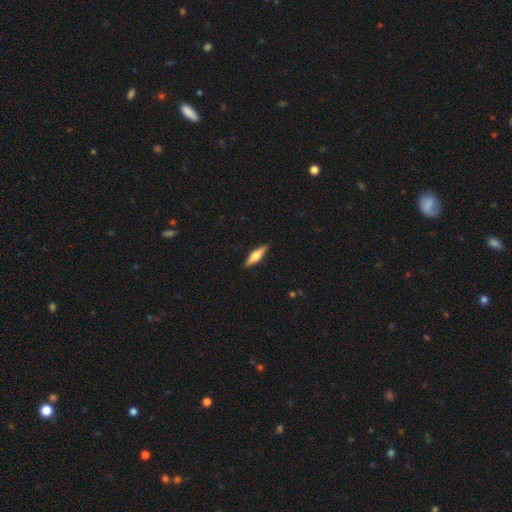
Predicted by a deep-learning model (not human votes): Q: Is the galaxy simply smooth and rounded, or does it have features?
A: featured or disk — 56%.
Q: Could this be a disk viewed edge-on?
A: yes — 96%.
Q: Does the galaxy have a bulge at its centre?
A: rounded — 89%.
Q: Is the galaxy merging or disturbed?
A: none — 90%.